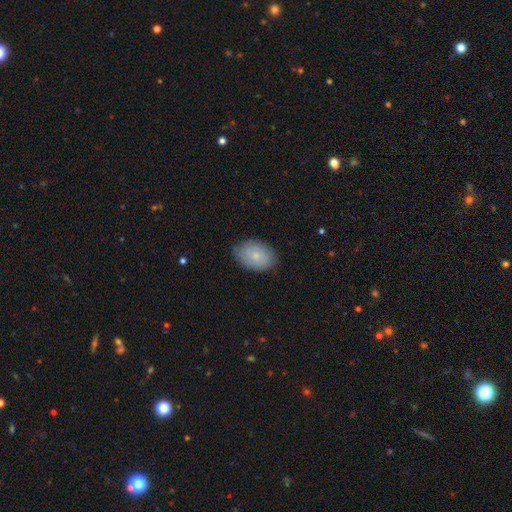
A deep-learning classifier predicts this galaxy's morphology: A smooth galaxy with no disk features (75%) that is in between round and cigar-shaped (81%). Merging: none (81%).